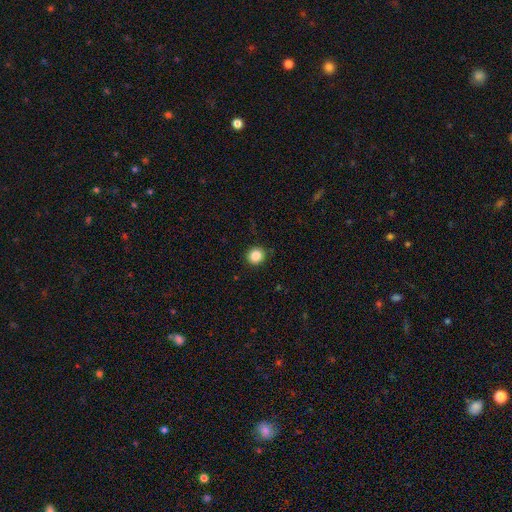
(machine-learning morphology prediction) Smooth or featured?
  - smooth: 86% *
  - star or artifact: 10%
  - featured or disk: 3%
How rounded?
  - round: 90% *
  - in between: 9%
  - cigar-shaped: 1%
Merging?
  - none: 91% *
  - minor disturbance: 6%
  - major disturbance: 2%
  - merger: 1%